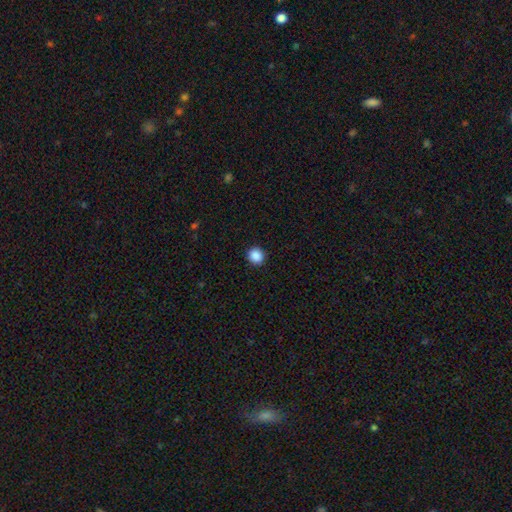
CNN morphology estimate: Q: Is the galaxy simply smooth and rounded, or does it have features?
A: smooth — 88%.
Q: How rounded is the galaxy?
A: round — 91%.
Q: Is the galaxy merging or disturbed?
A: none — 92%.